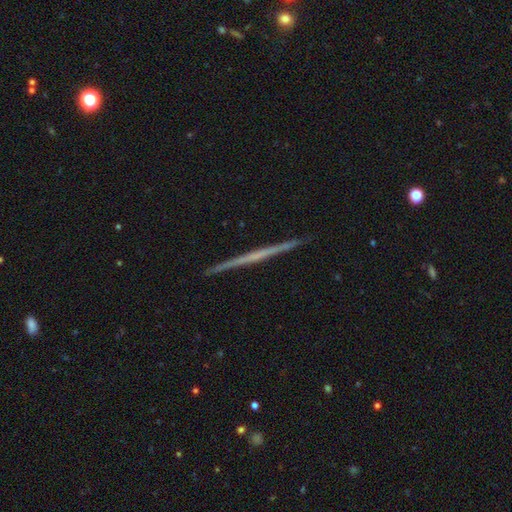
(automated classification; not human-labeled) This is likely a featured or disk galaxy (68%). It is clearly viewed edge-on (98%). Edge-on bulge: clearly none (88%). Merging: clearly none (93%).